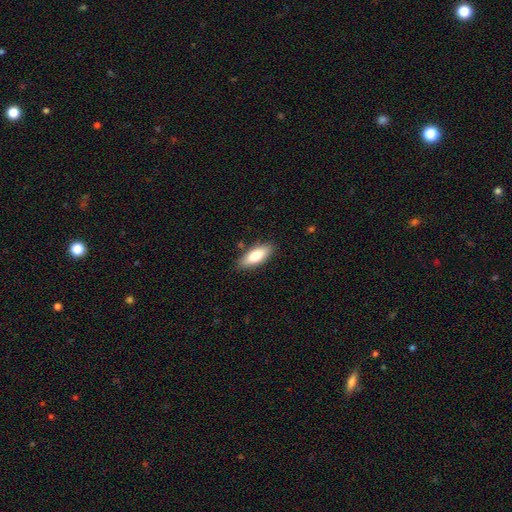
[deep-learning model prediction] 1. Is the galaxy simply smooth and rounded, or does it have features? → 77% smooth, 17% featured or disk, 6% star or artifact.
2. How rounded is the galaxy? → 74% in between, 24% cigar-shaped, 2% round.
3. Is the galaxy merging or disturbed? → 85% none, 11% minor disturbance, 2% major disturbance, 2% merger.